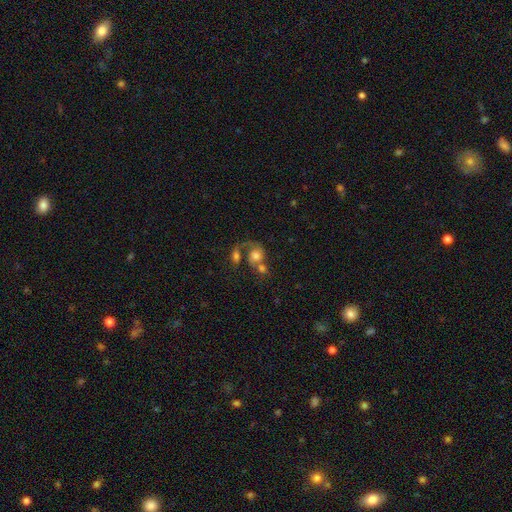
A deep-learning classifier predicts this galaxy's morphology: This is possibly a smooth galaxy (53%). How rounded: likely round (61%). Merging: possibly merger (58%).